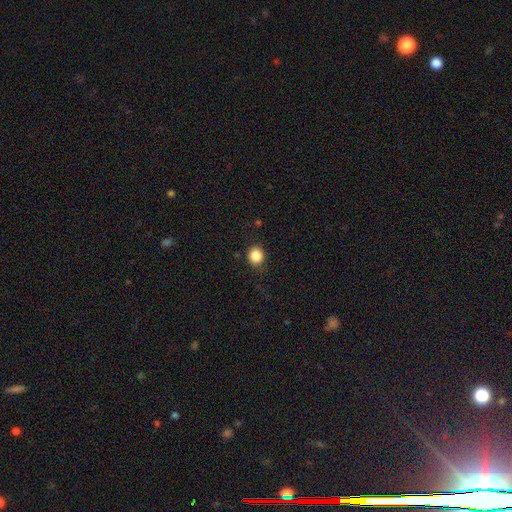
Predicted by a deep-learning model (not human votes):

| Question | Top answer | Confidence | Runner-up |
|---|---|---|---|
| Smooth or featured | smooth | 86% | star or artifact (10%) |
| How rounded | round | 86% | in between (13%) |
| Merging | none | 86% | minor disturbance (10%) |